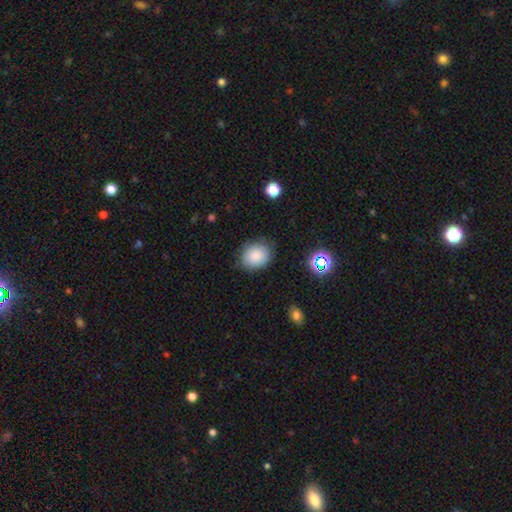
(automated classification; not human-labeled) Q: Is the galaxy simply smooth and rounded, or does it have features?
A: smooth — 83%.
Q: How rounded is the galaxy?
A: round — 59%.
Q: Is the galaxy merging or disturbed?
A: none — 77%.